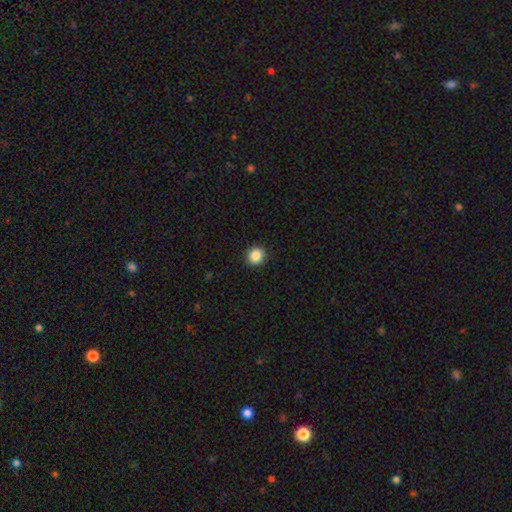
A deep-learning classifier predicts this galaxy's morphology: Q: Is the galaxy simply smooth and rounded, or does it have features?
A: smooth — 86%.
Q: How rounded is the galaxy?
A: round — 88%.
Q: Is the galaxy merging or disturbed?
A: none — 93%.